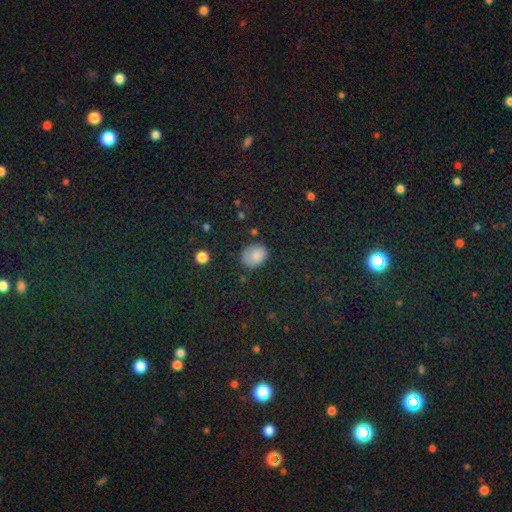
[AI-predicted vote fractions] Smooth or featured?
  - smooth: 82% *
  - star or artifact: 11%
  - featured or disk: 6%
How rounded?
  - in between: 55% *
  - round: 44%
  - cigar-shaped: 1%
Merging?
  - none: 72% *
  - minor disturbance: 21%
  - major disturbance: 5%
  - merger: 2%